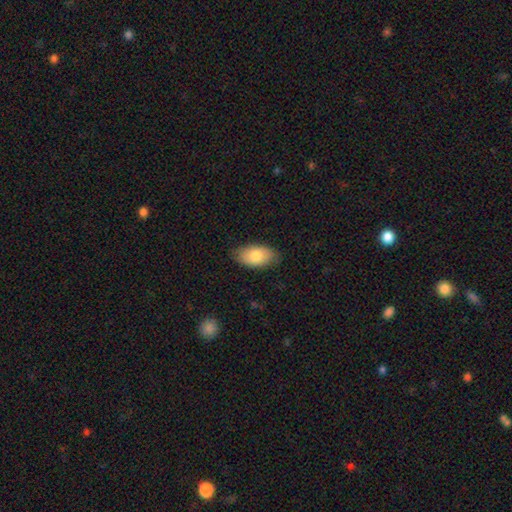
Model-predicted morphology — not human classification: smooth 80%, featured or disk 14%, star or artifact 6%. Down the decision tree: how rounded — in between (94%); merging — none (81%).